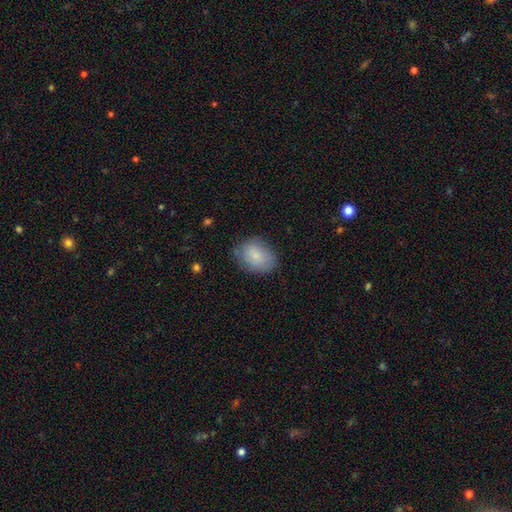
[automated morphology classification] A smooth galaxy with no disk features (83%) that is in between round and cigar-shaped (71%). Merging: none (74%).